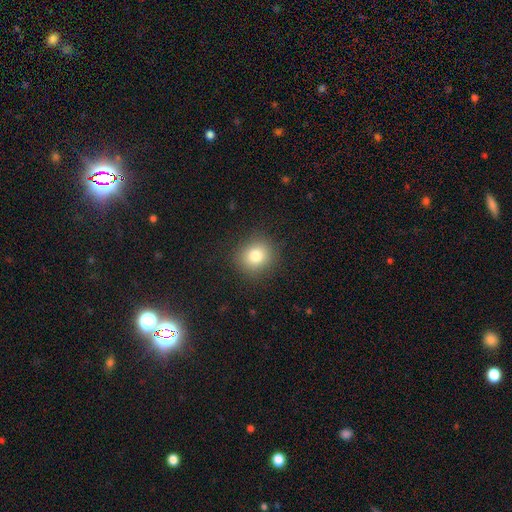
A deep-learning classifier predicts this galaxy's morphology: Smooth or featured? Predicted: smooth (p=0.81). How rounded? Predicted: round (p=0.82). Merging? Predicted: none (p=0.88).